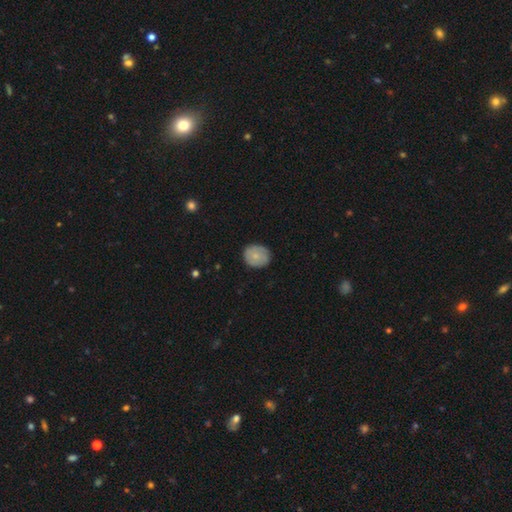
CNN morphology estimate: This is likely a smooth galaxy (71%). How rounded: likely round (74%). Merging: clearly none (82%).